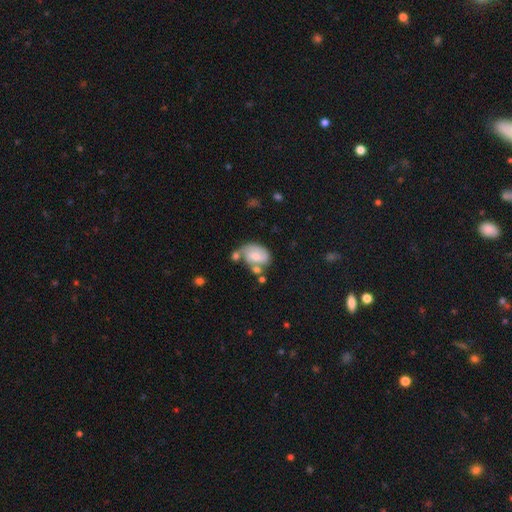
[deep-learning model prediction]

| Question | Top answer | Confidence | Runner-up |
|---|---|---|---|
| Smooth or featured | smooth | 49% | featured or disk (43%) |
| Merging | none | 39% | merger (26%) |